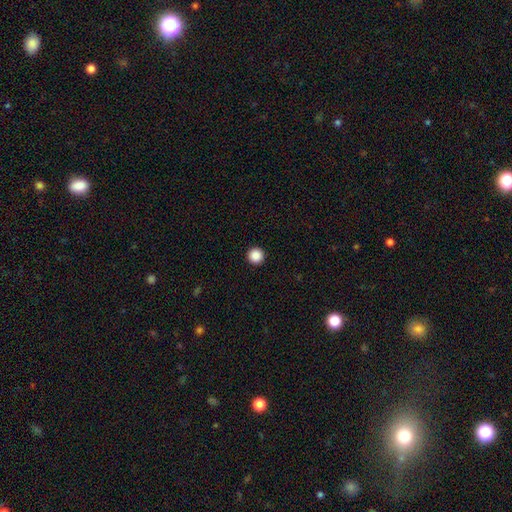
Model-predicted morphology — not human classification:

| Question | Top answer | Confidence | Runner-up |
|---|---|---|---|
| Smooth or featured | smooth | 87% | star or artifact (10%) |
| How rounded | round | 97% | in between (2%) |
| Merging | none | 94% | minor disturbance (3%) |